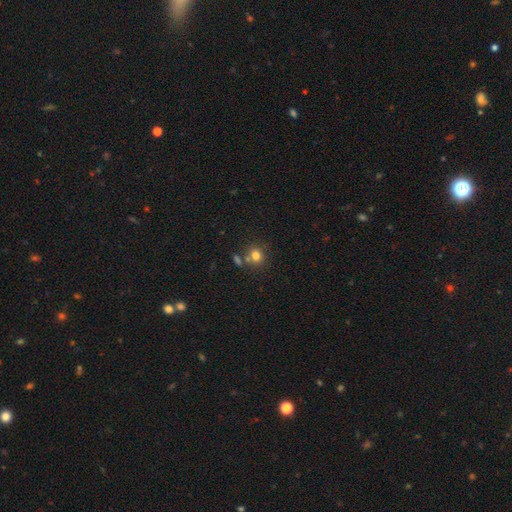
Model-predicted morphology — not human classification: Smooth or featured? Predicted: smooth (p=0.77). How rounded? Predicted: round (p=0.80). Merging? Predicted: none (p=0.66).